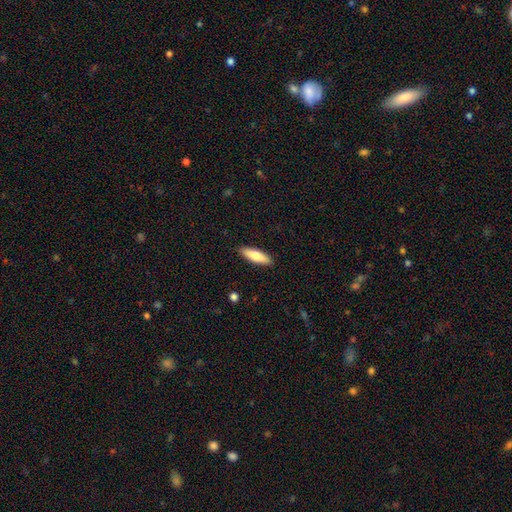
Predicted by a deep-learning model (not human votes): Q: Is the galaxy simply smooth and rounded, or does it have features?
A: smooth — 76%.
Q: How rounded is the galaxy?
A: cigar-shaped — 53%.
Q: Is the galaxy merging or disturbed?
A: none — 90%.